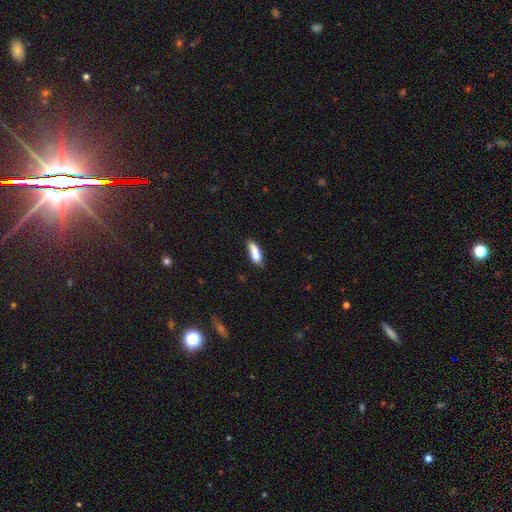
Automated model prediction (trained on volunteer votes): Q: Smooth or featured?
A: smooth (67%); runner-up: featured or disk (25%)
Q: How rounded?
A: in between (59%); runner-up: cigar-shaped (37%)
Q: Merging?
A: merger (39%); runner-up: none (36%)